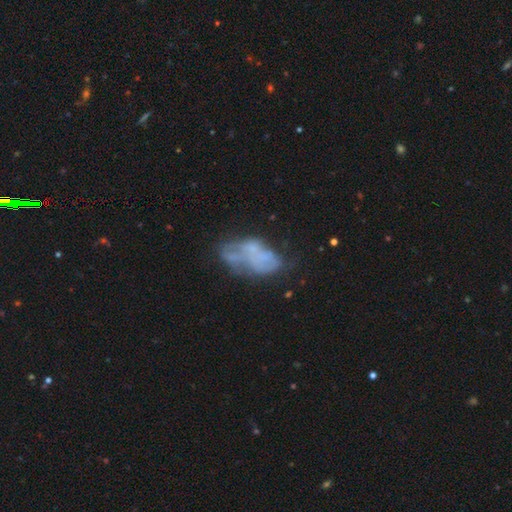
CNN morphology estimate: featured or disk 57%, smooth 30%, star or artifact 13%. Down the decision tree: edge-on disk — no (96%); bar — no (91%); spiral arms — no (89%); bulge size — none (79%); merging — none (33%).